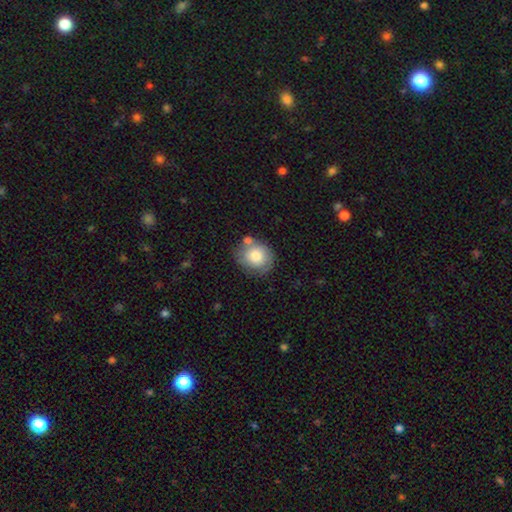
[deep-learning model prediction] This appears to be a smooth galaxy with no disk features (75%) that is round (68%). Merging: none (61%).